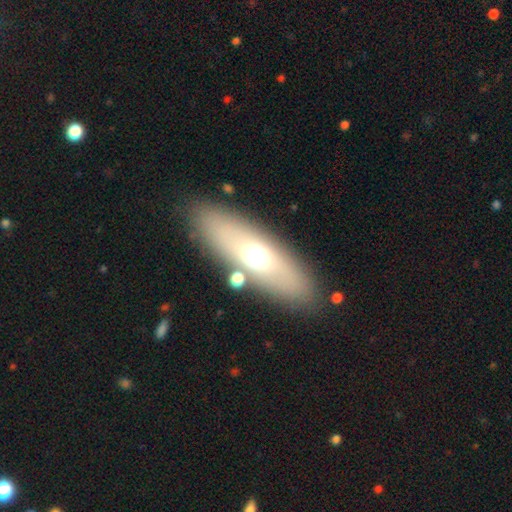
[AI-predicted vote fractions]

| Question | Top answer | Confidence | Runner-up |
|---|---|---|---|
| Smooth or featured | smooth | 57% | featured or disk (35%) |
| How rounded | in between | 58% | cigar-shaped (39%) |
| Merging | none | 84% | minor disturbance (9%) |